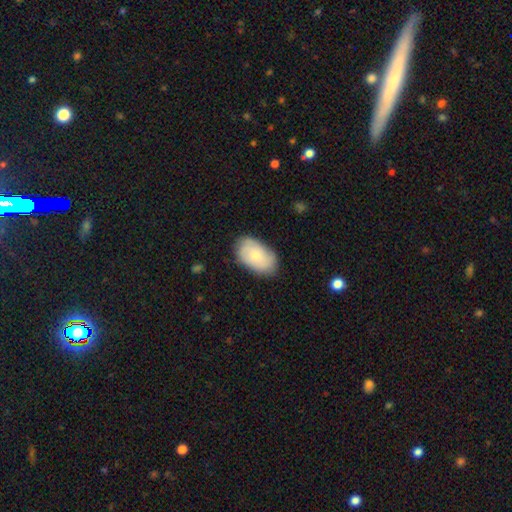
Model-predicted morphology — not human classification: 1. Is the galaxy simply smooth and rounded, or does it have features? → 68% smooth, 26% featured or disk, 6% star or artifact.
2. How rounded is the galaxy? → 92% in between, 6% round, 1% cigar-shaped.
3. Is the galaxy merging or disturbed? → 76% none, 19% minor disturbance, 4% major disturbance, 1% merger.